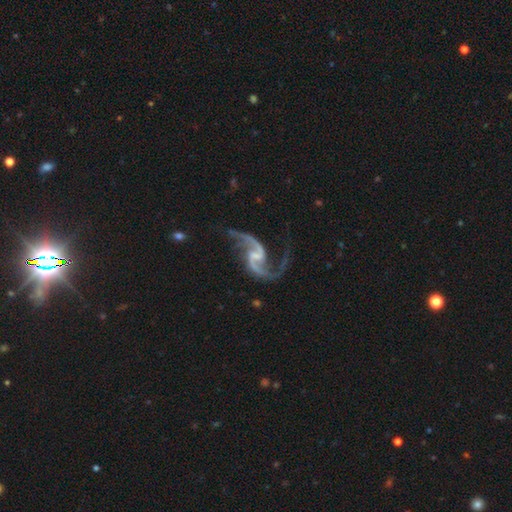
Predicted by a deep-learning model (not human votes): Smooth or featured: featured or disk — 93% (star or artifact — 4%)
Edge-on disk: no — 98% (yes — 2%)
Bar: weak — 52% (no — 27%)
Spiral arms: yes — 98% (no — 2%)
Spiral winding: loose — 74% (medium — 22%)
Spiral arm count: 2 — 94% (1 — 1%)
Bulge size: none — 43% (small — 37%)
Merging: none — 68% (minor disturbance — 16%)